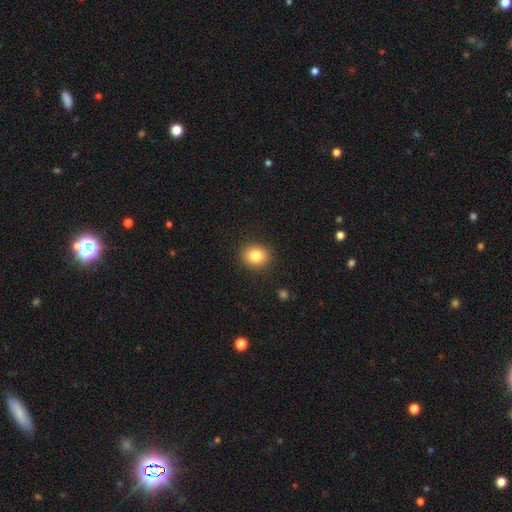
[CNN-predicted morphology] This appears to be a smooth galaxy with no disk features (83%) that is round (69%). Merging: none (89%).